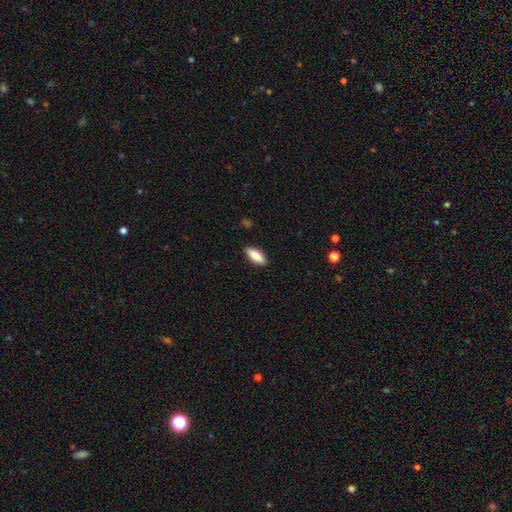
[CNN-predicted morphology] This is clearly a smooth galaxy (82%). How rounded: likely in between (69%). Merging: clearly none (89%).